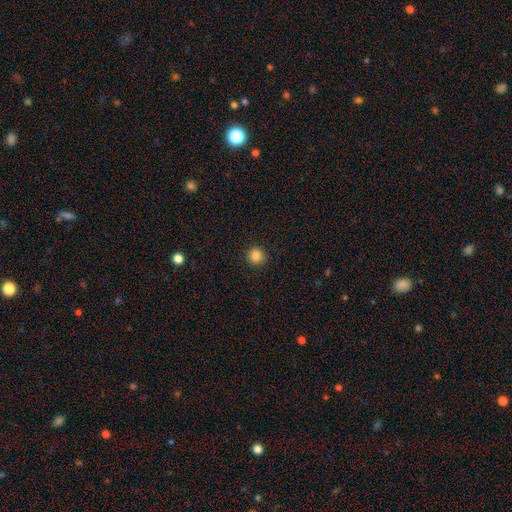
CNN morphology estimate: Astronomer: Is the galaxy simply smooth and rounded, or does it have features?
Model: smooth — 85%.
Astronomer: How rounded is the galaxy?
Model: round — 93%.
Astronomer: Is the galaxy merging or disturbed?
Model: none — 92%.